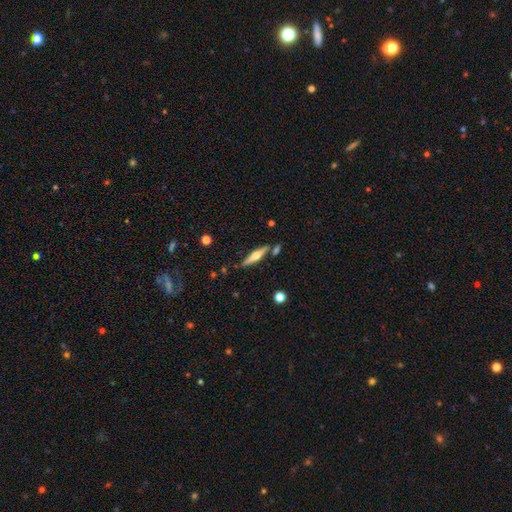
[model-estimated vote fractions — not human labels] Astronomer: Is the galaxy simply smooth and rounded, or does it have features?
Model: featured or disk — 64%.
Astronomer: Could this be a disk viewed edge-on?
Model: yes — 96%.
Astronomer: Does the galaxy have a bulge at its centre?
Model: rounded — 91%.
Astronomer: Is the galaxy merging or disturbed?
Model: none — 79%.